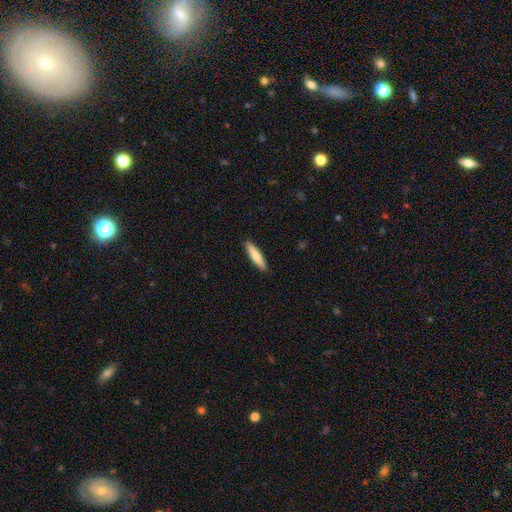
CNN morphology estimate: smooth 79%, featured or disk 16%, star or artifact 5%. Down the decision tree: how rounded — cigar-shaped (82%); merging — none (91%).